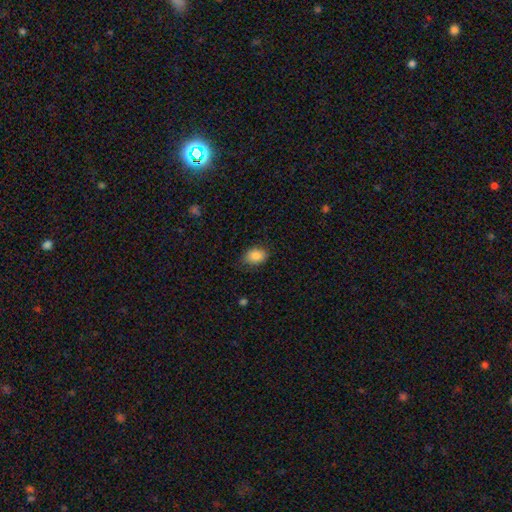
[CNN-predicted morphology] The model was most divided on "how rounded": in between: 76%, round: 23%, cigar-shaped: 1%. More confident: smooth or featured — smooth (87%); merging — none (78%).